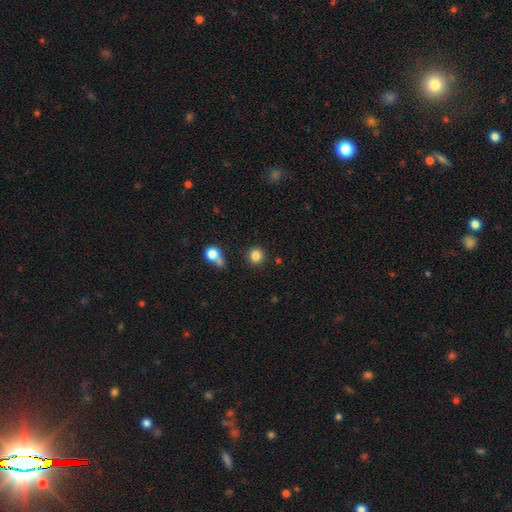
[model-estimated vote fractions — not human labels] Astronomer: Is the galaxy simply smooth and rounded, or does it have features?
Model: smooth — 84%.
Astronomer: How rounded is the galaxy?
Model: round — 93%.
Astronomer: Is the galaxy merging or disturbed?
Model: none — 86%.